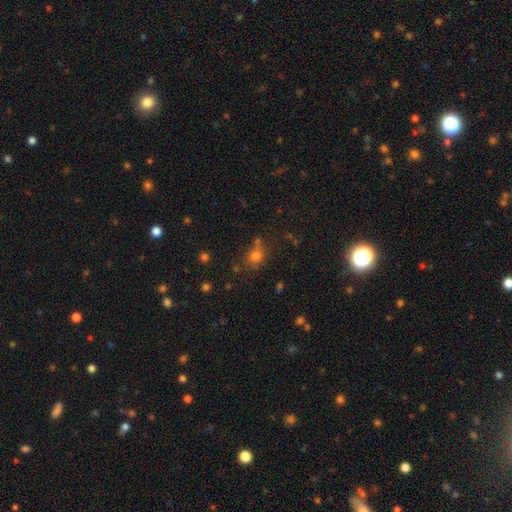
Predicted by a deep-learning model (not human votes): Smooth or featured: smooth — 73% (star or artifact — 19%)
How rounded: round — 70% (in between — 29%)
Merging: none — 61% (minor disturbance — 17%)